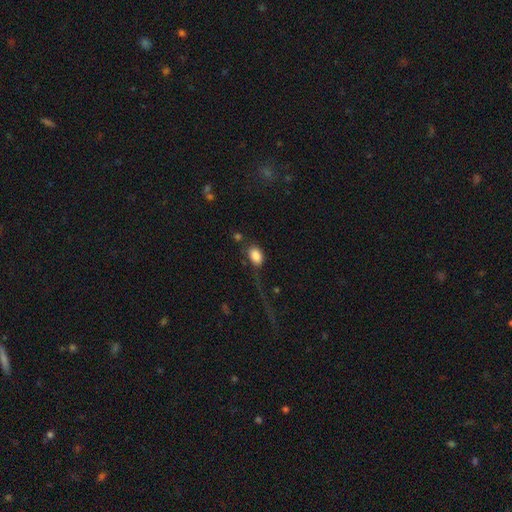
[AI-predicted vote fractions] Q: Smooth or featured?
A: smooth (84%); runner-up: star or artifact (8%)
Q: How rounded?
A: in between (83%); runner-up: round (15%)
Q: Merging?
A: none (46%); runner-up: major disturbance (26%)